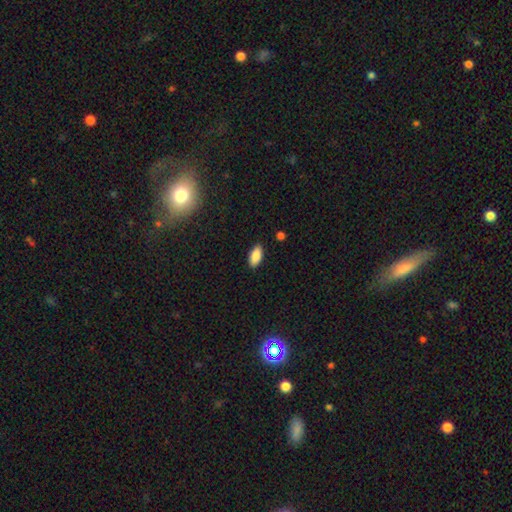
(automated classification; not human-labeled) This is clearly a smooth galaxy (87%). How rounded: clearly in between (92%). Merging: clearly none (88%).